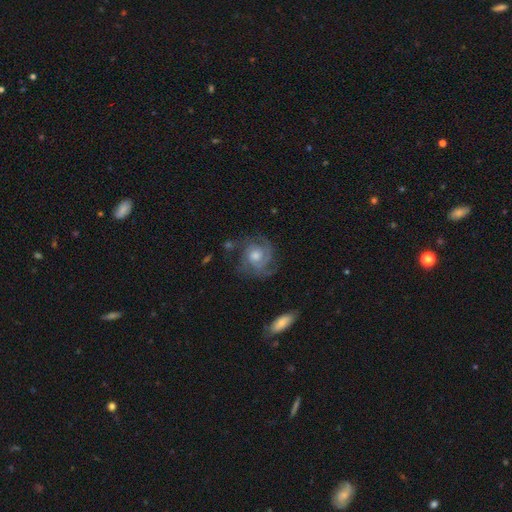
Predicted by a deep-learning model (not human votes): This is clearly a featured or disk galaxy (82%). It is clearly not viewed edge-on (97%). Bar: likely no (73%). Spiral arm pattern: clearly yes (96%). Spiral arm count: marginally 3 (39%). Spiral winding: possibly tight (60%). Central bulge: likely moderate (63%). Merging: likely none (73%).